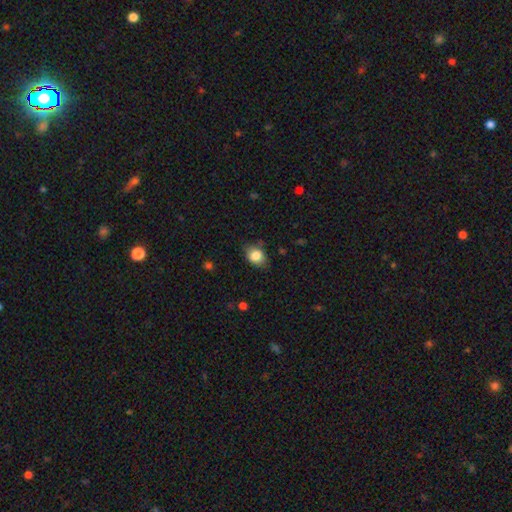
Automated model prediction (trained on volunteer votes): This appears to be a smooth galaxy with no disk features (83%) that is in between round and cigar-shaped (61%). Merging: none (76%).